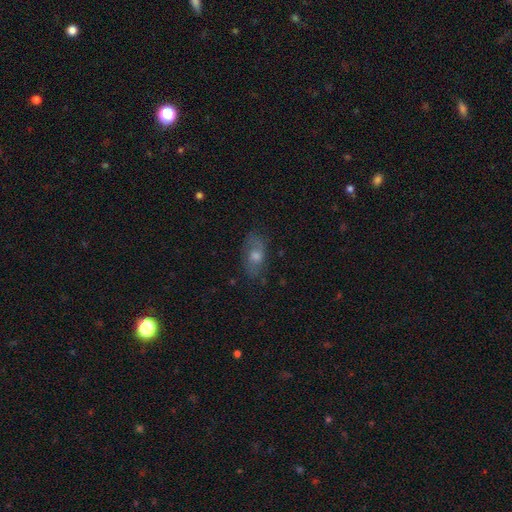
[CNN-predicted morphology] This appears to be a smooth galaxy with no disk features (44%). Merging: none (74%).